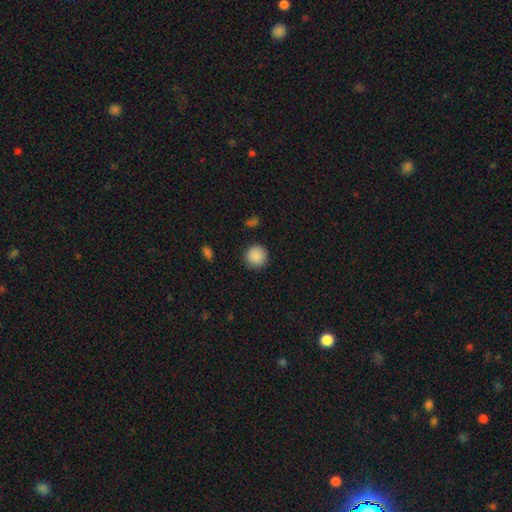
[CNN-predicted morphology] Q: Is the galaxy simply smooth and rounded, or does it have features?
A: smooth — 89%.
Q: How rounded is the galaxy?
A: round — 94%.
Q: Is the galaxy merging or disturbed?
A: none — 90%.